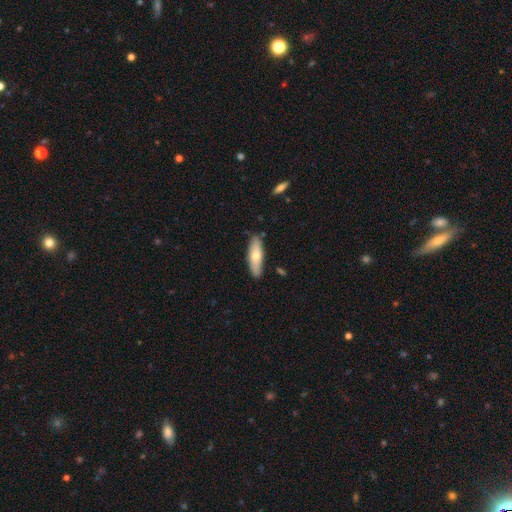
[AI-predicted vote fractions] Morphology: type=smooth (67%); roundness=cigar-shaped (50%); merging=none (84%).